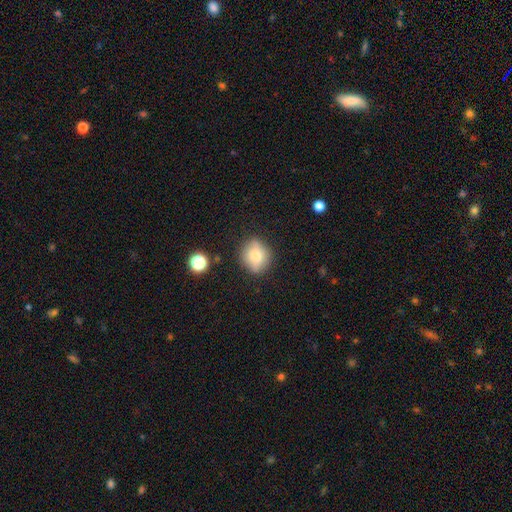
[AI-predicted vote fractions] smooth-or-featured: smooth: 71% | featured or disk: 19% | star or artifact: 10%
  how-rounded: round: 80% | in between: 18% | cigar-shaped: 2%
  merging: none: 78% | minor disturbance: 16% | major disturbance: 4% | merger: 2%